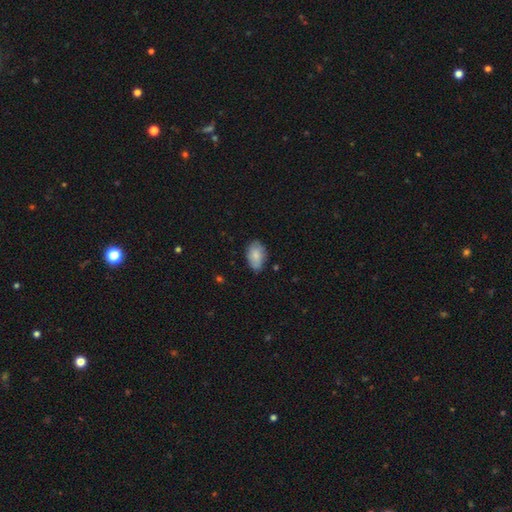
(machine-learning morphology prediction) Smooth or featured?
  - smooth: 81% *
  - featured or disk: 12%
  - star or artifact: 6%
How rounded?
  - in between: 92% *
  - round: 7%
  - cigar-shaped: 2%
Merging?
  - none: 74% *
  - minor disturbance: 21%
  - major disturbance: 3%
  - merger: 1%